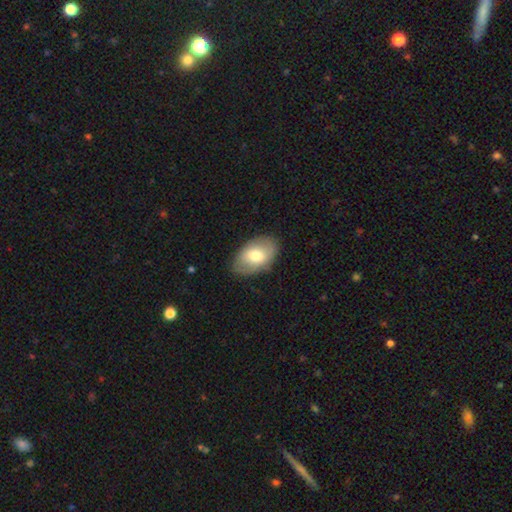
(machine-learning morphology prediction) This is likely a smooth galaxy (69%). How rounded: clearly in between (91%). Merging: clearly none (82%).